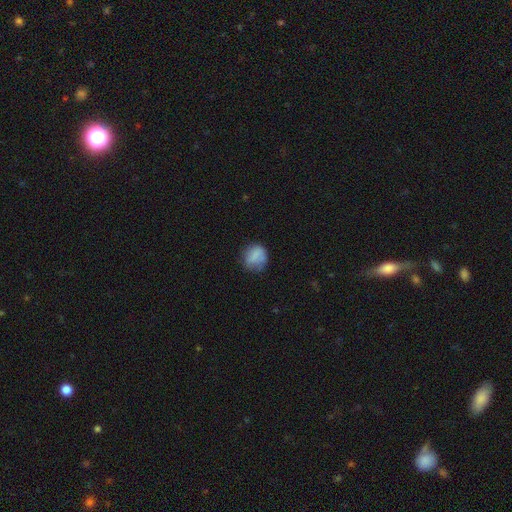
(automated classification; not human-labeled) This appears to be a smooth galaxy with no disk features (79%) that is round (71%). Merging: none (61%).